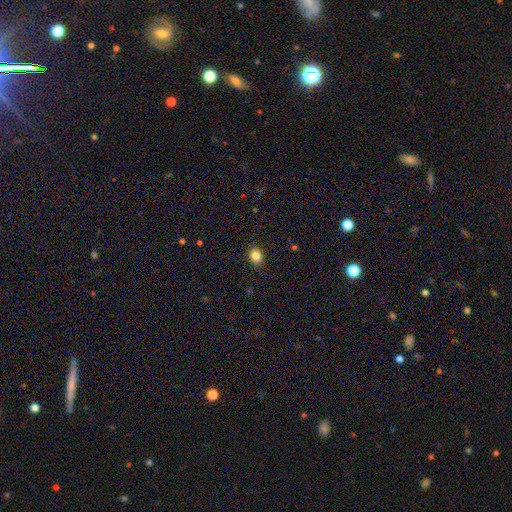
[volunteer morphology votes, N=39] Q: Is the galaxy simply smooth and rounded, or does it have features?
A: smooth — 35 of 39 (90%).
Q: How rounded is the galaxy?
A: round — 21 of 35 (60%).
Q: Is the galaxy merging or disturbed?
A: none — 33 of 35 (94%).